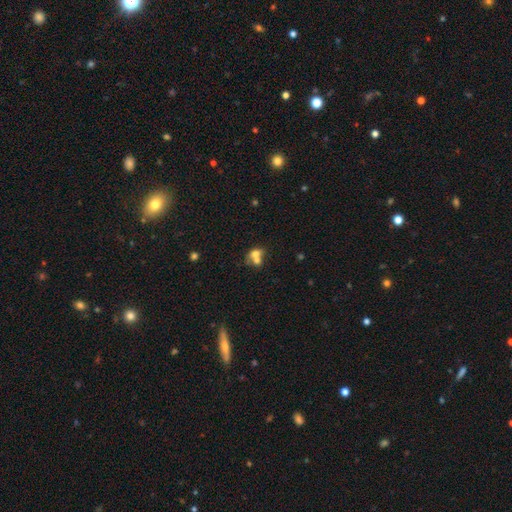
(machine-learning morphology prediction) Smooth or featured? smooth (64%)
How rounded? round (51%)
Merging? merger (65%)